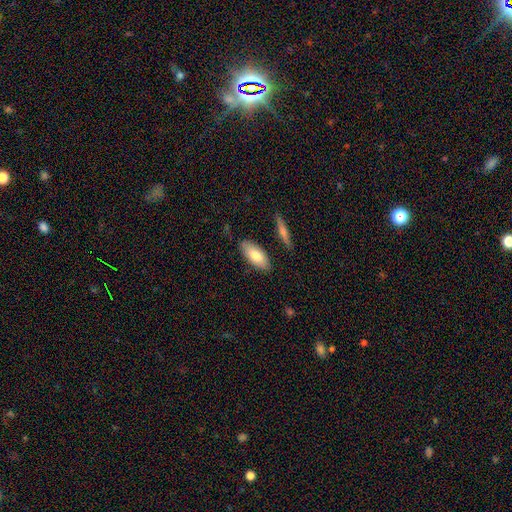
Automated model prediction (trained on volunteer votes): Q: Smooth or featured?
A: smooth (77%); runner-up: featured or disk (17%)
Q: How rounded?
A: in between (83%); runner-up: cigar-shaped (15%)
Q: Merging?
A: none (82%); runner-up: minor disturbance (12%)